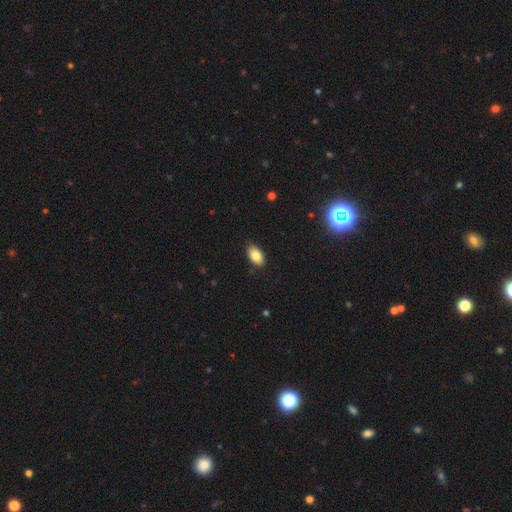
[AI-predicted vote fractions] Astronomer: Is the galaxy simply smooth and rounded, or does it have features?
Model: smooth — 83%.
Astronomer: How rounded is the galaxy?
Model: in between — 92%.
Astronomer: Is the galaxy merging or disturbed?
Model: none — 87%.